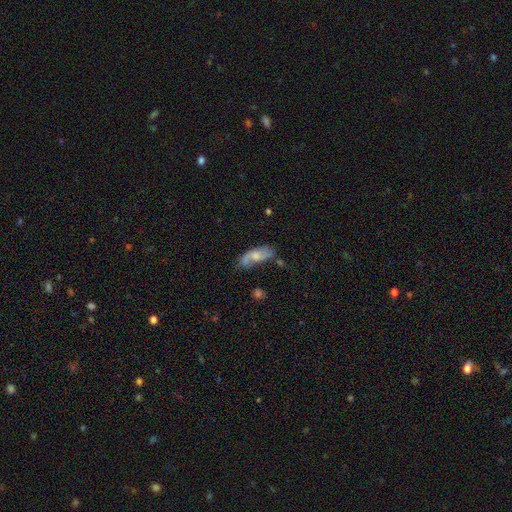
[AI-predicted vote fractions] Smooth or featured: featured or disk — 52% (smooth — 41%)
Edge-on disk: no — 87% (yes — 13%)
Merging: none — 47% (minor disturbance — 28%)